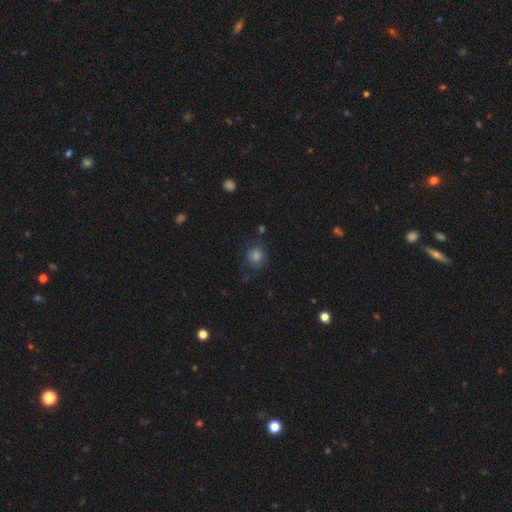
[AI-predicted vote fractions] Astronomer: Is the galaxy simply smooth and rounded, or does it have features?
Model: smooth — 69%.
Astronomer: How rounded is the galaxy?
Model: round — 85%.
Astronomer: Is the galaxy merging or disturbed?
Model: none — 76%.